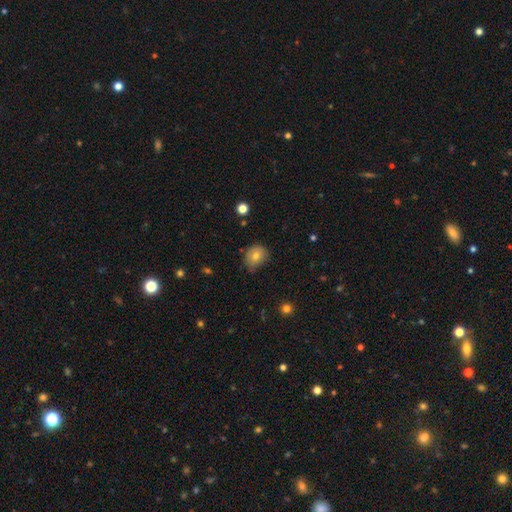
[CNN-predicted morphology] A smooth galaxy with no disk features (75%) that is round (66%). Merging: none (67%).